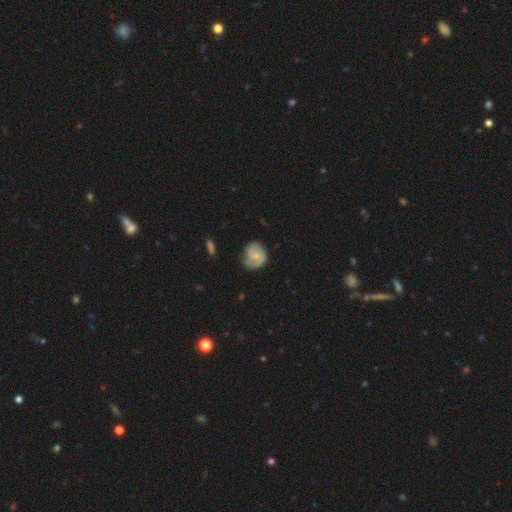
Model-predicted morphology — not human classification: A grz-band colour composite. It shows a featured or disk galaxy (55%) with no bar (59%), spiral arms (86%) and a small central bulge (63%). Merging: none (57%).